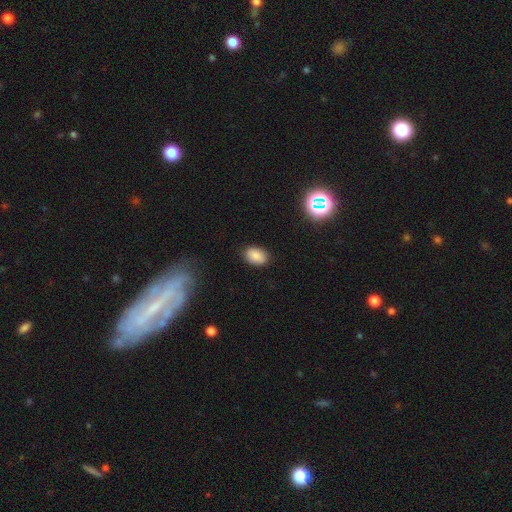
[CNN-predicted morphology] smooth-or-featured: smooth: 85% | star or artifact: 10% | featured or disk: 6%
  how-rounded: in between: 85% | round: 14% | cigar-shaped: 1%
  merging: none: 85% | minor disturbance: 11% | major disturbance: 3% | merger: 1%